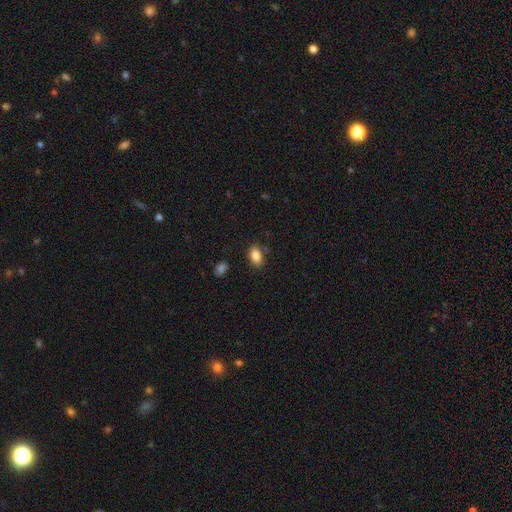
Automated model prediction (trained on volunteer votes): This appears to be a smooth galaxy with no disk features (86%) that is in between round and cigar-shaped (90%). Merging: none (83%).